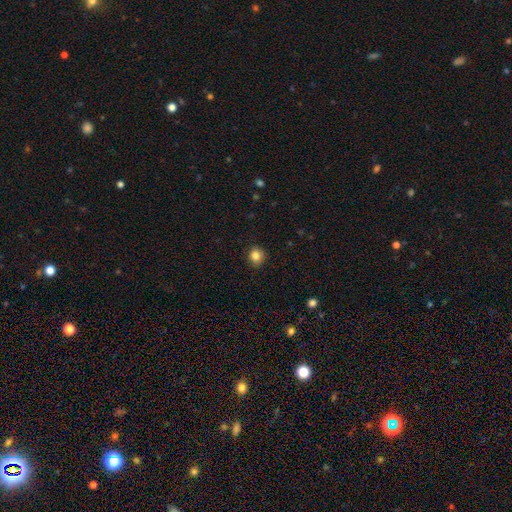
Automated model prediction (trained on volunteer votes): smooth_or_featured: smooth (p=0.84) [alt: star or artifact p=0.11]
how_rounded: round (p=0.85) [alt: in between p=0.14]
merging: none (p=0.90) [alt: minor disturbance p=0.07]